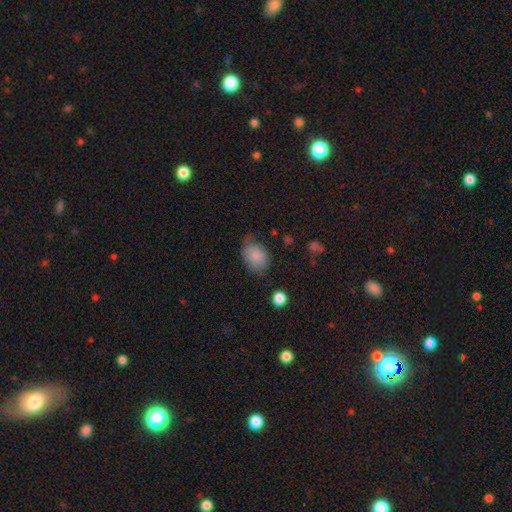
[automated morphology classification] This appears to be a smooth galaxy with no disk features (84%) that is in between round and cigar-shaped (68%). Merging: none (57%).